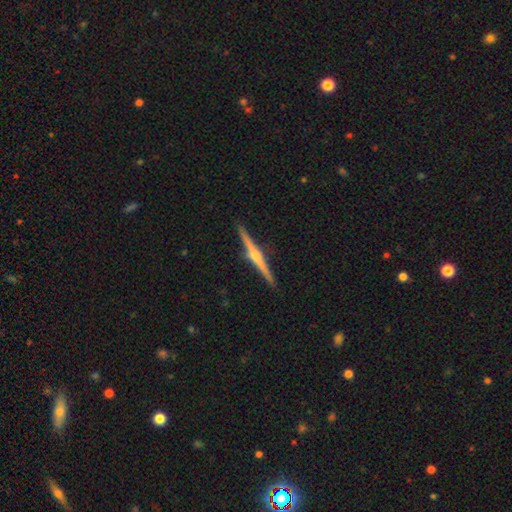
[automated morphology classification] smooth-or-featured: featured or disk: 83% | smooth: 12% | star or artifact: 5%
  disk-edge-on: yes: 99% | no: 1%
    edge-on-bulge: rounded: 88% | boxy: 6% | none: 6%
  merging: none: 92% | minor disturbance: 6% | major disturbance: 1% | merger: 1%